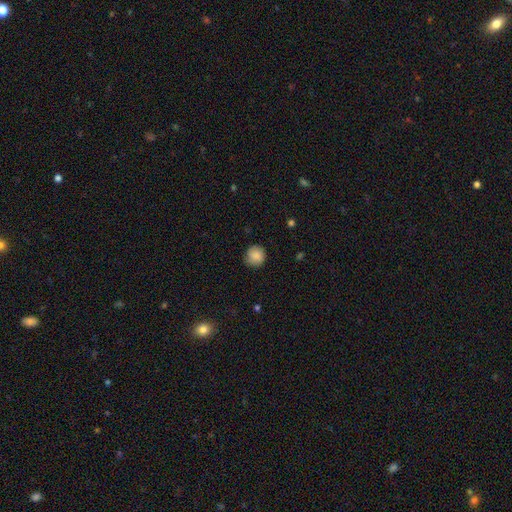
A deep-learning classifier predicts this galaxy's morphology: This appears to be a smooth galaxy with no disk features (85%) that is round (90%). Merging: none (80%).